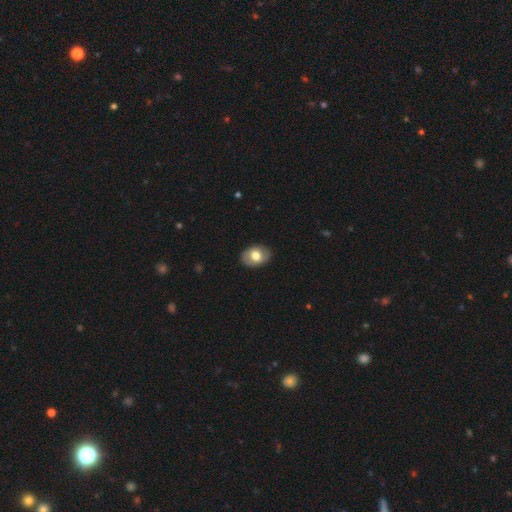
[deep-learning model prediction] This is likely a smooth galaxy (67%). How rounded: likely in between (75%). Merging: clearly none (86%).